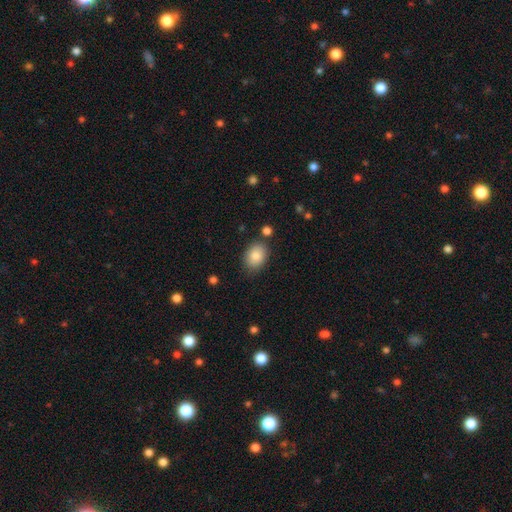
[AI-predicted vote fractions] smooth_or_featured: smooth (p=0.84) [alt: featured or disk p=0.08]
how_rounded: in between (p=0.73) [alt: round p=0.26]
merging: none (p=0.79) [alt: minor disturbance p=0.14]